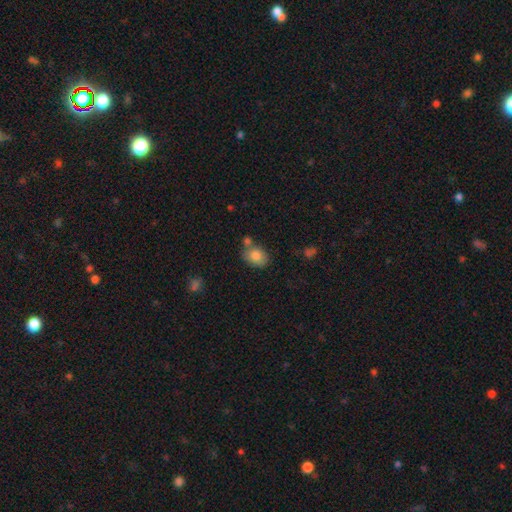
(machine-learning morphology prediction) The model was most divided on "how rounded": in between: 64%, round: 35%, cigar-shaped: 1%. More confident: smooth or featured — smooth (83%); merging — none (58%).